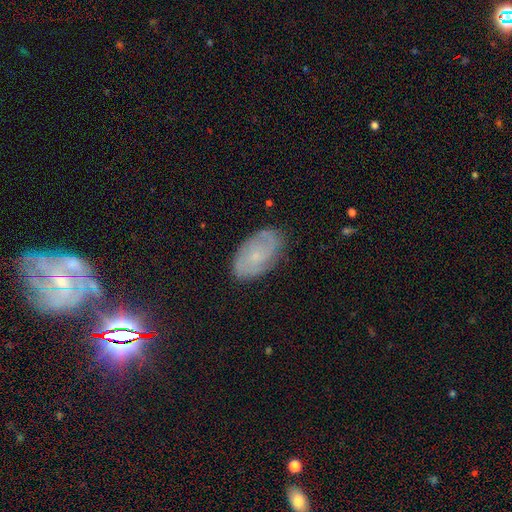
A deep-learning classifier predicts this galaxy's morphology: A featured or disk galaxy (58%) with no bar (72%), spiral arms (83%) and a small central bulge (74%). Merging: none (81%).